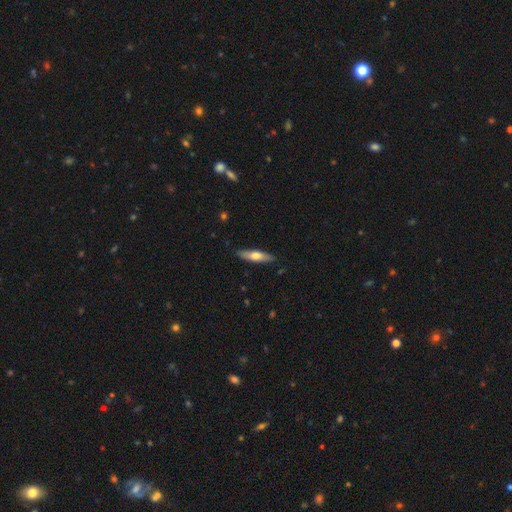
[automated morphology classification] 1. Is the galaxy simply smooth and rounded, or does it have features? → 57% smooth, 38% featured or disk, 5% star or artifact.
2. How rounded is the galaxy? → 73% cigar-shaped, 25% in between, 2% round.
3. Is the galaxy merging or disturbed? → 88% none, 9% minor disturbance, 2% major disturbance, 1% merger.